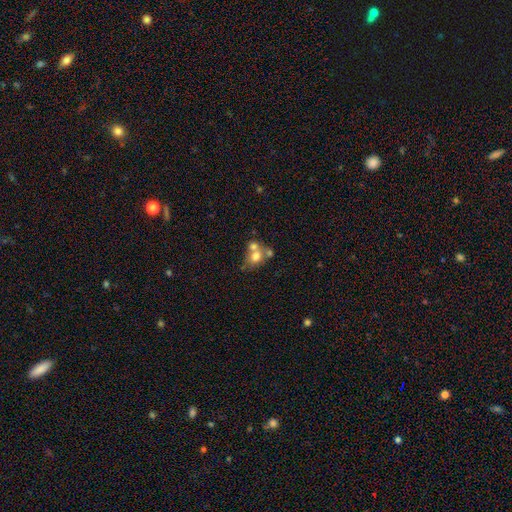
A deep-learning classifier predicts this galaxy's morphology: smooth-or-featured: smooth: 67% | featured or disk: 22% | star or artifact: 11%
  how-rounded: round: 68% | in between: 31% | cigar-shaped: 1%
  merging: merger: 54% | none: 32% | minor disturbance: 9% | major disturbance: 5%